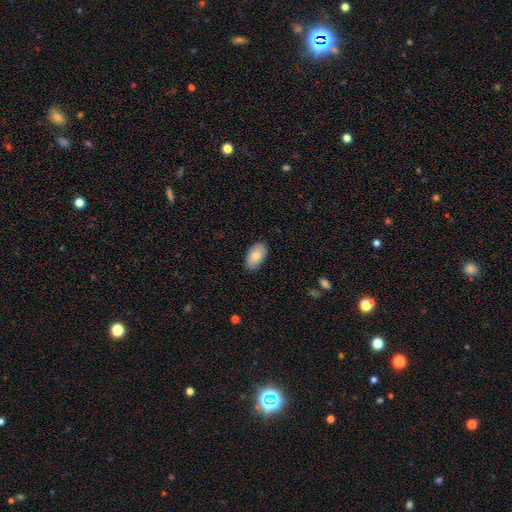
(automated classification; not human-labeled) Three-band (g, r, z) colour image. It shows a smooth galaxy with no disk features (79%) that is in between round and cigar-shaped (94%). Merging: none (85%).